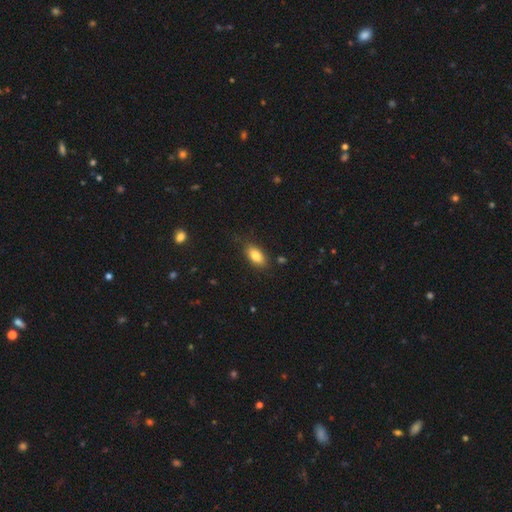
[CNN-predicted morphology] smooth_or_featured: smooth (p=0.82) [alt: featured or disk p=0.10]
how_rounded: in between (p=0.90) [alt: cigar-shaped p=0.05]
merging: none (p=0.81) [alt: minor disturbance p=0.14]